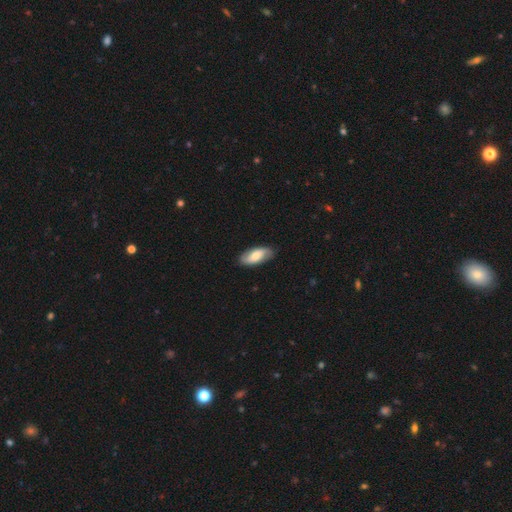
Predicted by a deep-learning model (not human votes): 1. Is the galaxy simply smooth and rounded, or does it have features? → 51% smooth, 43% featured or disk, 6% star or artifact.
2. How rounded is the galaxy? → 86% in between, 11% cigar-shaped, 3% round.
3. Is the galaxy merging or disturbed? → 85% none, 12% minor disturbance, 2% major disturbance, 1% merger.